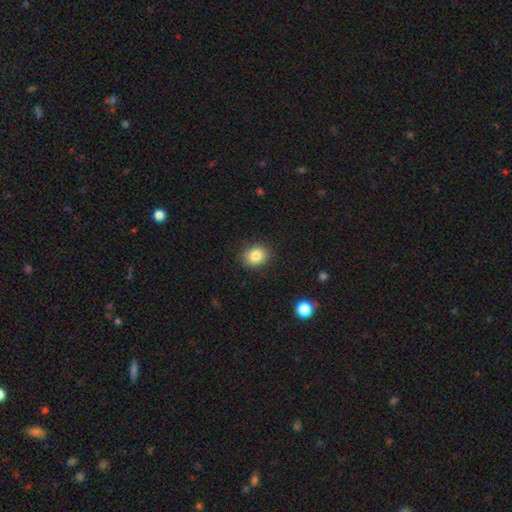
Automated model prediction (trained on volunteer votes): A smooth galaxy with no disk features (84%) that is round (66%). Merging: none (88%).